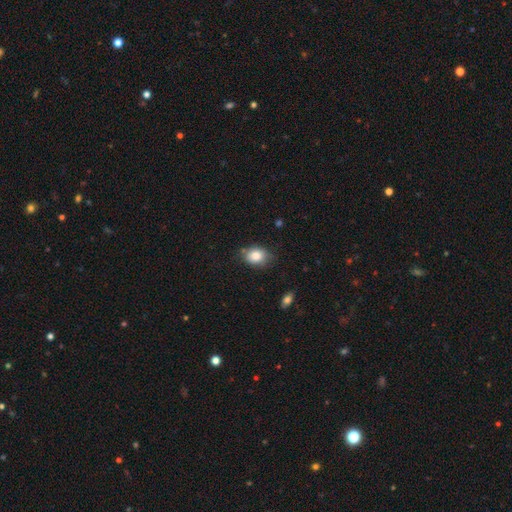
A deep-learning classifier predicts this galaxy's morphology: A smooth galaxy with no disk features (83%) that is in between round and cigar-shaped (61%).

Vote fractions:
- Smooth or featured? smooth: 83% / star or artifact: 9% / featured or disk: 8%
- How rounded? in between: 61% / round: 38% / cigar-shaped: 1%
- Merging? none: 69% / minor disturbance: 24% / major disturbance: 5% / merger: 3%